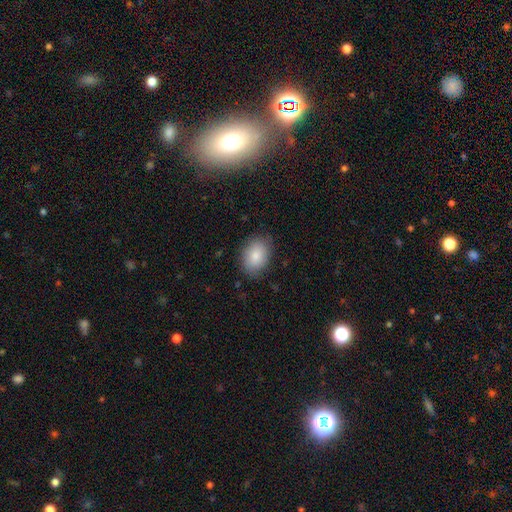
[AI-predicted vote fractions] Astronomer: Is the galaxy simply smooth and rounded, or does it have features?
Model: smooth — 85%.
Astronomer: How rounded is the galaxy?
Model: in between — 79%.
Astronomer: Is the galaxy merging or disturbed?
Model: none — 81%.